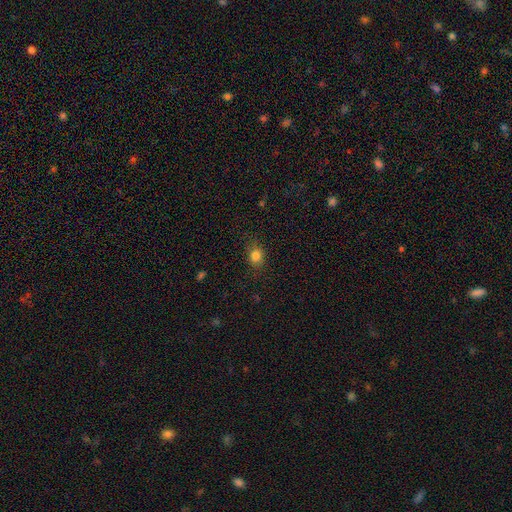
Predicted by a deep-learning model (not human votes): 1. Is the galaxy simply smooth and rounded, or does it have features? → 82% smooth, 12% star or artifact, 6% featured or disk.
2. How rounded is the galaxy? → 52% round, 47% in between, 2% cigar-shaped.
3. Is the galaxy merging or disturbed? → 80% none, 15% minor disturbance, 5% major disturbance, 1% merger.